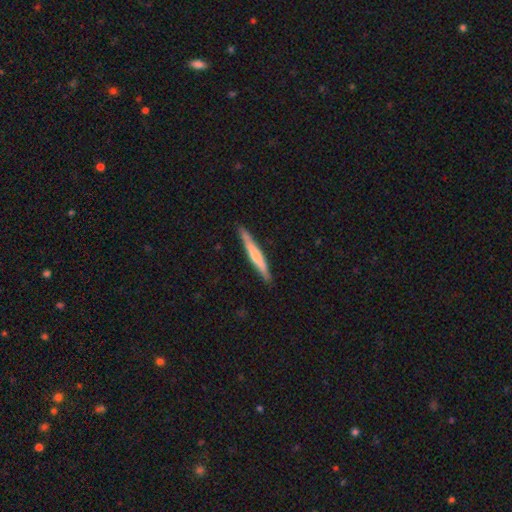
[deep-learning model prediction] Smooth or featured? smooth (56%)
How rounded? cigar-shaped (96%)
Merging? none (88%)